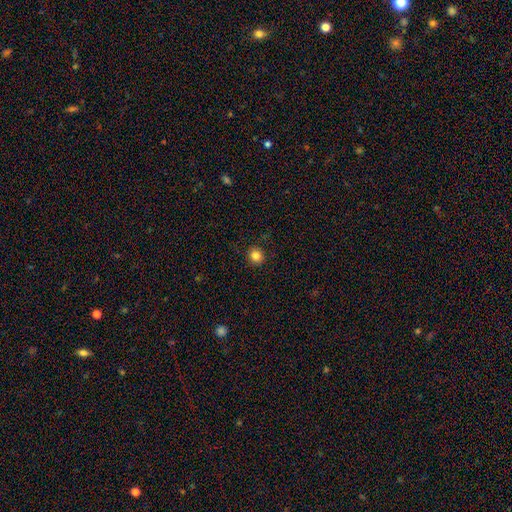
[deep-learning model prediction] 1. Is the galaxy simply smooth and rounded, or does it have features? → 83% smooth, 12% star or artifact, 5% featured or disk.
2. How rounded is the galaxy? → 85% round, 14% in between, 1% cigar-shaped.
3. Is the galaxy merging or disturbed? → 91% none, 6% minor disturbance, 2% major disturbance, 1% merger.